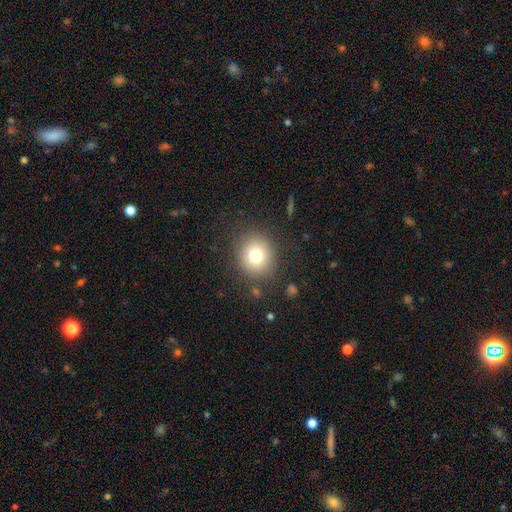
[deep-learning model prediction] A smooth galaxy with no disk features (77%) that is round (84%). Merging: none (86%).